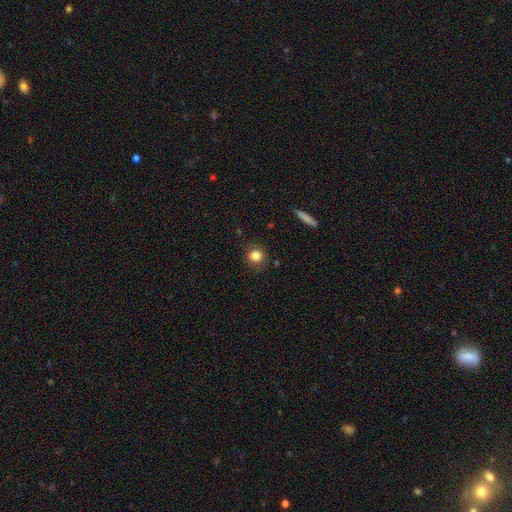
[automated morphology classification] Q: Smooth or featured?
A: smooth (82%); runner-up: star or artifact (10%)
Q: How rounded?
A: round (85%); runner-up: in between (14%)
Q: Merging?
A: none (81%); runner-up: minor disturbance (13%)